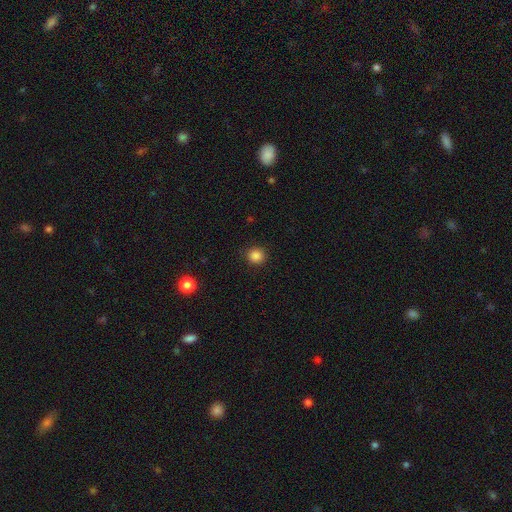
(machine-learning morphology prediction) smooth 85%, star or artifact 12%, featured or disk 3%. Down the decision tree: how rounded — round (92%); merging — none (91%).